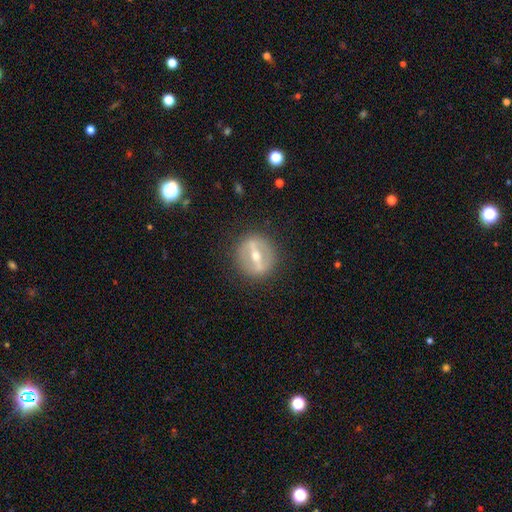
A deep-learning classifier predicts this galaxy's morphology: Smooth or featured? Predicted: featured or disk (p=0.76). Edge-on disk? Predicted: no (p=0.78). Bar? Predicted: strong (p=0.81). Spiral arms? Predicted: no (p=0.82). Bulge size? Predicted: moderate (p=0.59). Merging? Predicted: none (p=0.87).